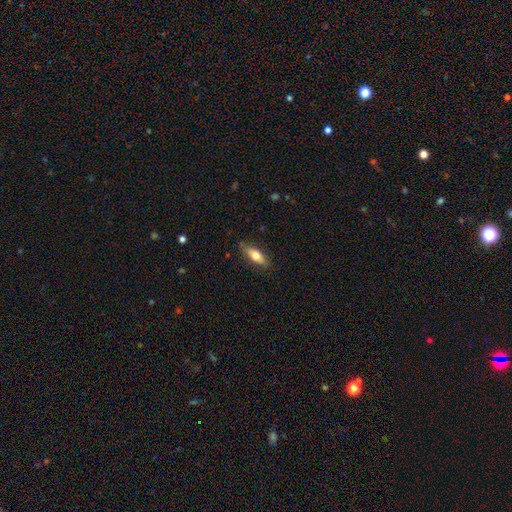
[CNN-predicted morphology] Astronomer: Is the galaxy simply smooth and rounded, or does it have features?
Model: smooth — 61%.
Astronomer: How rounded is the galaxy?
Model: in between — 61% (runner-up: cigar-shaped, 37%).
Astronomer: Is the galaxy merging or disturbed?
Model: none — 83%.